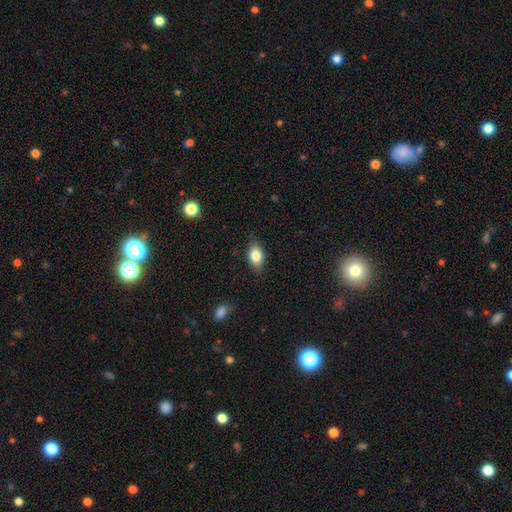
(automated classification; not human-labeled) Overall: smooth (82%). How rounded: in between (85%). Merging: none (82%).